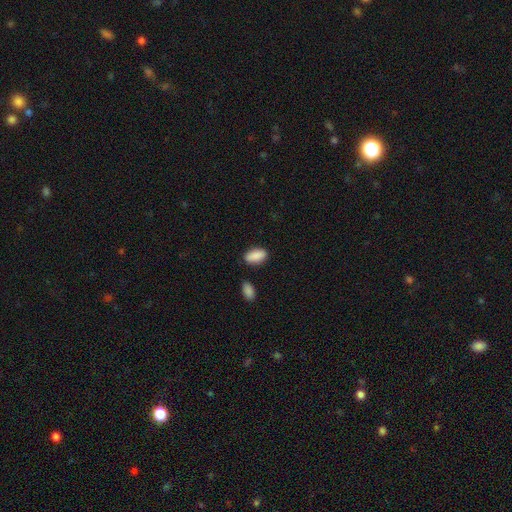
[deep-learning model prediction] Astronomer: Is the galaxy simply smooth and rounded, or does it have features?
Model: smooth — 89%.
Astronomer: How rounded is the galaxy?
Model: in between — 91%.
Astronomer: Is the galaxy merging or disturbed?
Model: none — 82%.